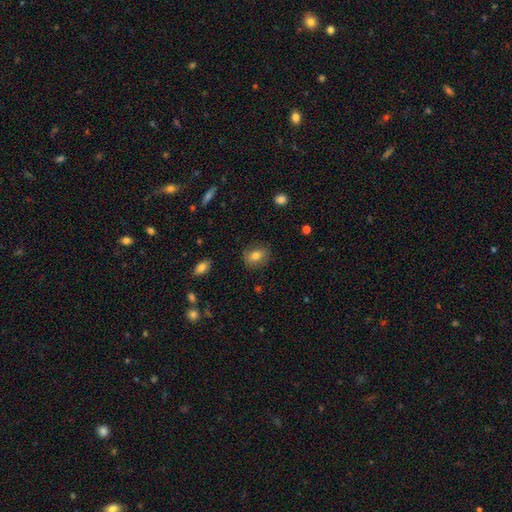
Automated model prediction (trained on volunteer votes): Q: Smooth or featured?
A: smooth (75%); runner-up: featured or disk (16%)
Q: How rounded?
A: in between (57%); runner-up: round (42%)
Q: Merging?
A: none (82%); runner-up: minor disturbance (13%)